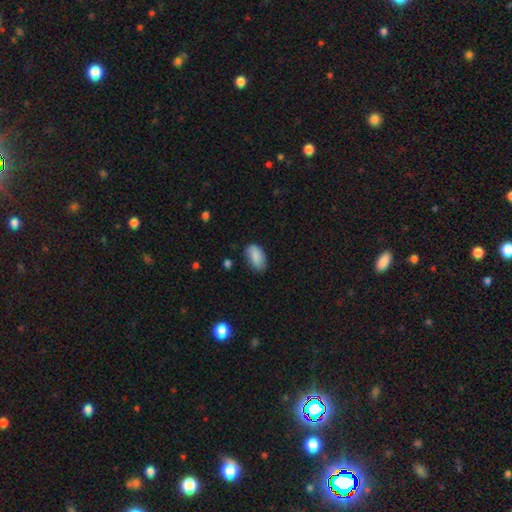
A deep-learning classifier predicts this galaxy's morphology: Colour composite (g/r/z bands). It shows a smooth galaxy with no disk features (86%) that is in between round and cigar-shaped (93%). Merging: none (71%).